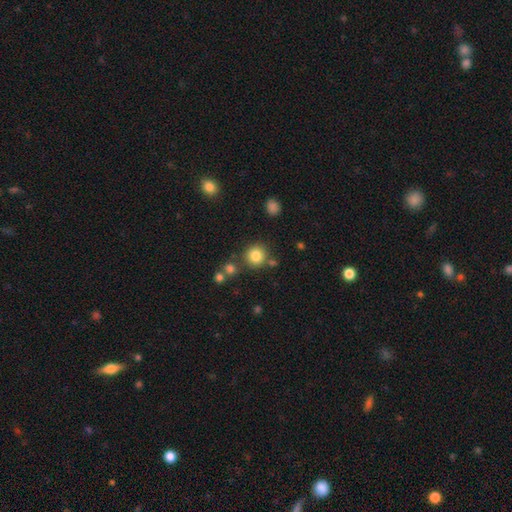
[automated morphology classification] Smooth or featured? Predicted: smooth (p=0.82). How rounded? Predicted: round (p=0.91). Merging? Predicted: none (p=0.78).